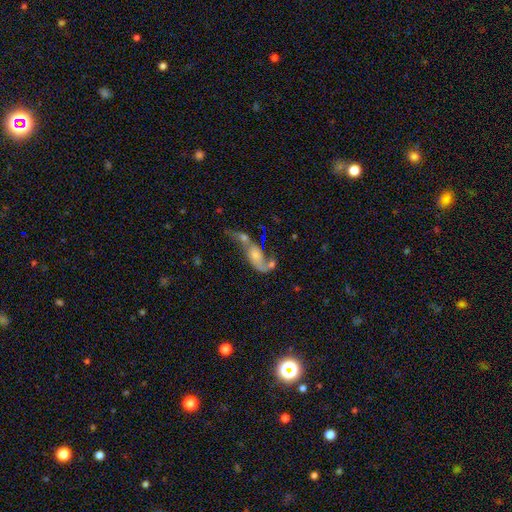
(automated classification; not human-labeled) The model was most divided on "smooth or featured": featured or disk: 52%, smooth: 38%, star or artifact: 10%. More confident: edge-on disk — no (91%); merging — merger (57%).